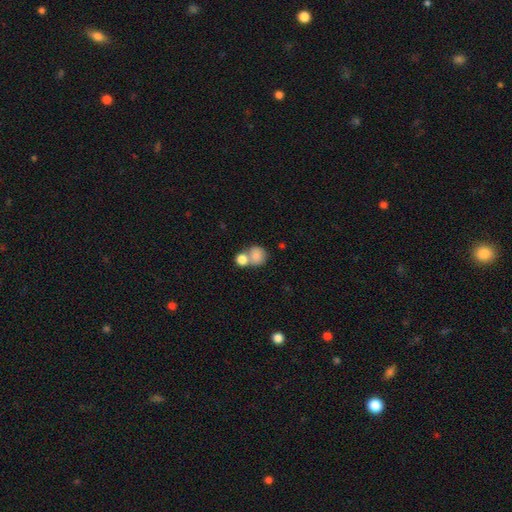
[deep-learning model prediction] This is clearly a smooth galaxy (81%). How rounded: likely round (72%). Merging: possibly merger (57%).